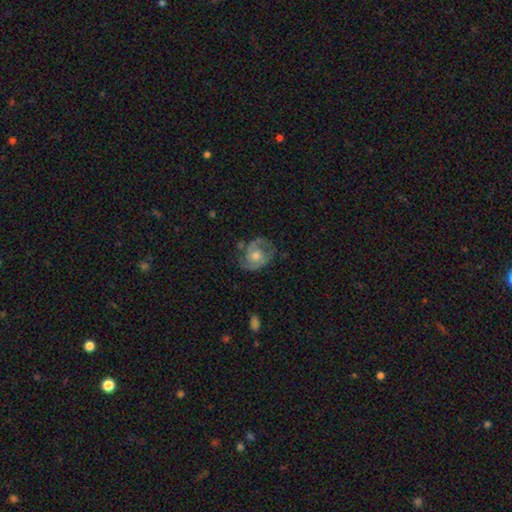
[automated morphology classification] A featured or disk galaxy (76%) with no bar (68%), 2 (79%) medium (46%) spiral arms (89%) and a moderate central bulge (65%).

Vote fractions:
- Smooth or featured? featured or disk: 76% / smooth: 17% / star or artifact: 7%
- Edge-on disk? no: 97% / yes: 3%
- Bar? no: 68% / weak: 27% / strong: 5%
- Spiral arms? yes: 89% / no: 11%
- Spiral winding? medium: 46% / tight: 39% / loose: 15%
- Spiral arm count? 2: 79% / can't tell: 11% / 1: 4% / 3: 4% / 4: 1% / more than 4: 1%
- Bulge size? moderate: 65% / small: 23% / large: 8% / none: 2% / dominant: 1%
- Merging? none: 69% / minor disturbance: 20% / major disturbance: 10% / merger: 2%